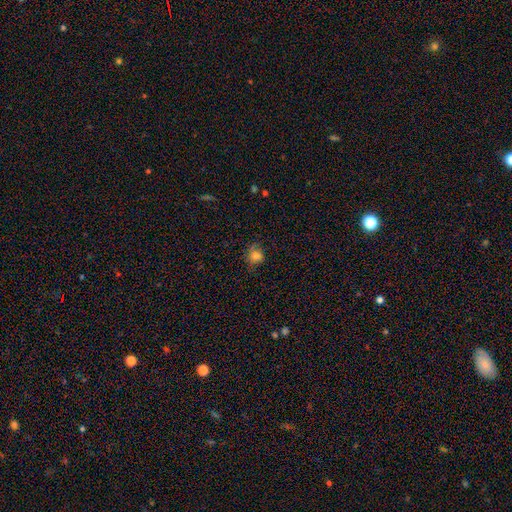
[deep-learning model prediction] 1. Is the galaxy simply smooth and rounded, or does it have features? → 76% smooth, 13% star or artifact, 12% featured or disk.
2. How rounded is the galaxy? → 69% round, 30% in between, 1% cigar-shaped.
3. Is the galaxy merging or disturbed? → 61% none, 26% minor disturbance, 11% major disturbance, 2% merger.